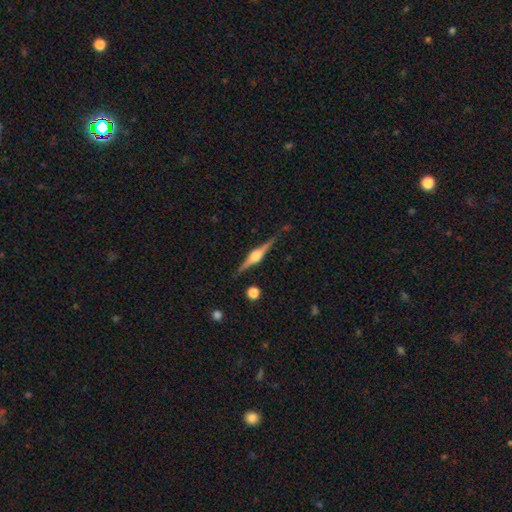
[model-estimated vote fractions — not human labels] This appears to be a featured or disk galaxy (84%) viewed edge-on (98%) with a rounded central bulge (92%). Merging: none (86%).